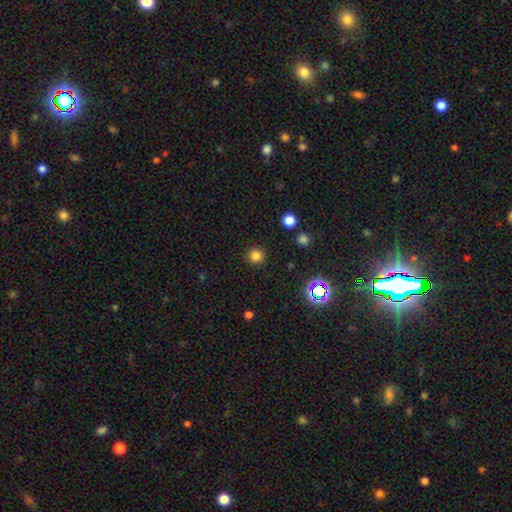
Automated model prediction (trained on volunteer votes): A smooth galaxy with no disk features (79%) that is round (95%).

Vote fractions:
- Smooth or featured? smooth: 79% / star or artifact: 17% / featured or disk: 4%
- How rounded? round: 95% / in between: 4% / cigar-shaped: 1%
- Merging? none: 91% / minor disturbance: 5% / major disturbance: 2% / merger: 1%